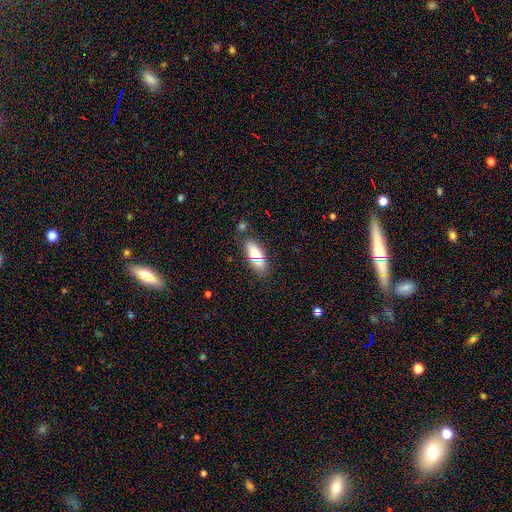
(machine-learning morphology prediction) Smooth or featured? Predicted: smooth (p=0.70). How rounded? Predicted: in between (p=0.69). Merging? Predicted: none (p=0.74).